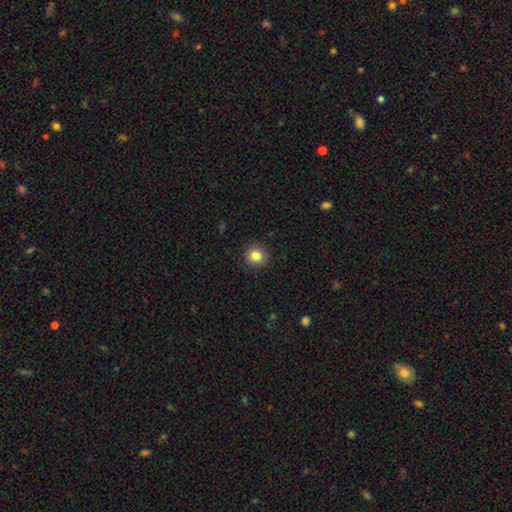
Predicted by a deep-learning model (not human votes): Smooth or featured?
  - smooth: 84% *
  - star or artifact: 10%
  - featured or disk: 5%
How rounded?
  - round: 89% *
  - in between: 10%
  - cigar-shaped: 1%
Merging?
  - none: 91% *
  - minor disturbance: 6%
  - major disturbance: 2%
  - merger: 1%